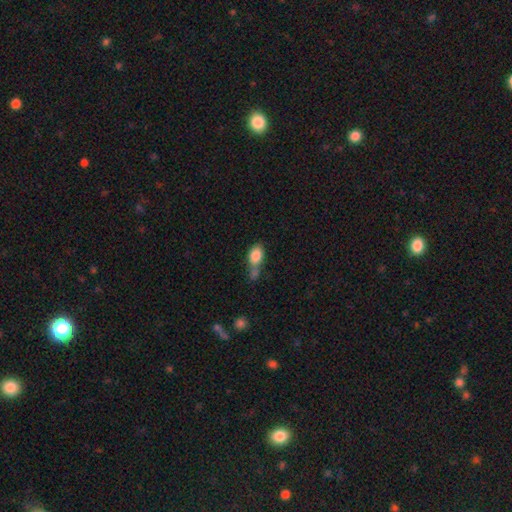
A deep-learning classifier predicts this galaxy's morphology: A smooth galaxy with no disk features (82%) that is in between round and cigar-shaped (79%). Merging: merger (36%).